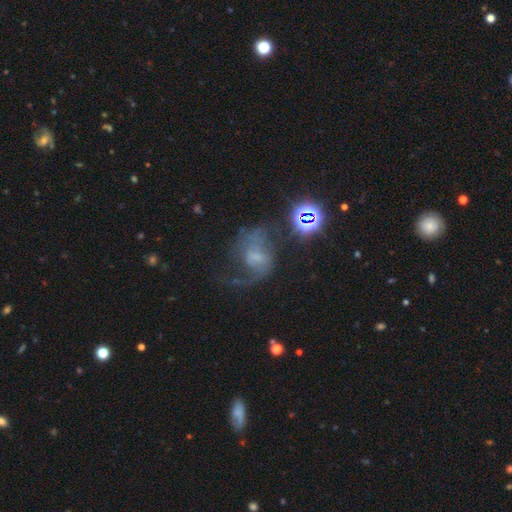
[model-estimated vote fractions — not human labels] Overall: featured or disk (60%; smooth 21%). Edge-on disk: no (97%). Bar: no (45%; weak 43%). Spiral arms: yes (79%). Bulge size: small (37%; none 28%). Merging: none (38%; major disturbance 37%).